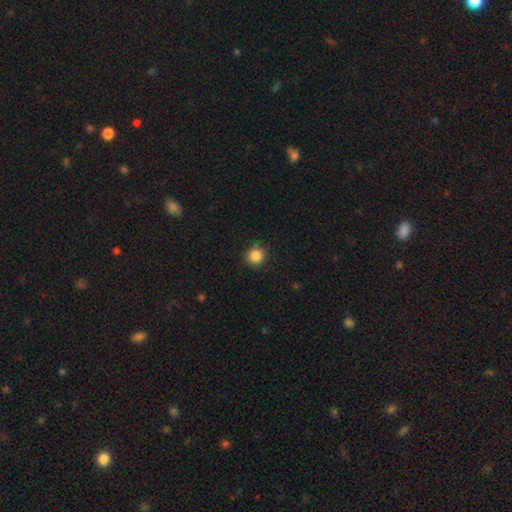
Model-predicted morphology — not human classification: A smooth galaxy with no disk features (86%) that is round (93%). Merging: none (91%).